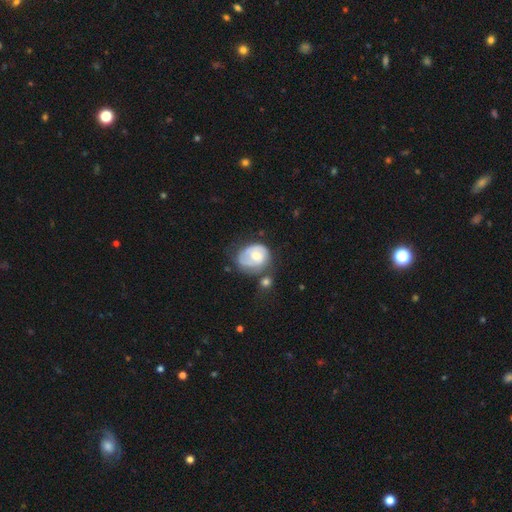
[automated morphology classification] smooth-or-featured: featured or disk: 59% | smooth: 35% | star or artifact: 6%
  disk-edge-on: no: 97% | yes: 3%
    bar: no: 70% | weak: 25% | strong: 4%
    has-spiral-arms: yes: 74% | no: 26%
    bulge-size: moderate: 60% | small: 31% | large: 5% | none: 2% | dominant: 1%
  merging: none: 40% | minor disturbance: 29% | major disturbance: 18% | merger: 13%